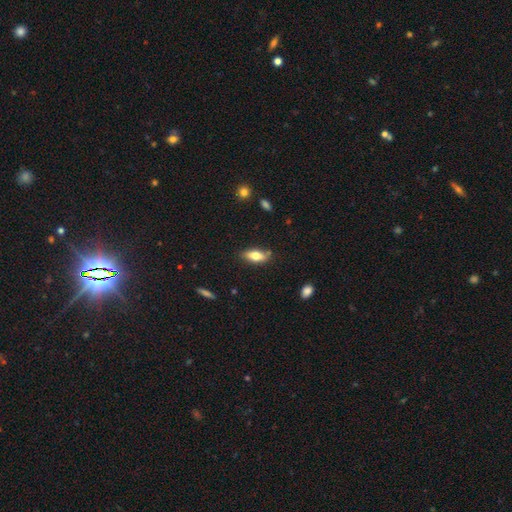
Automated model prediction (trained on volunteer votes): A smooth galaxy with no disk features (69%) that is in between round and cigar-shaped (76%). Merging: none (78%).